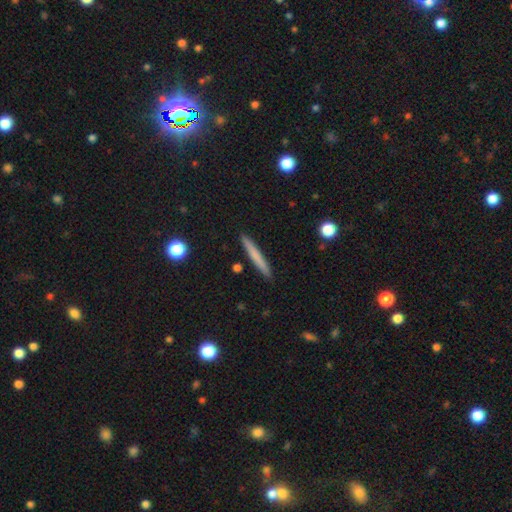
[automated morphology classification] Smooth or featured?
  - smooth: 70% *
  - featured or disk: 24%
  - star or artifact: 6%
How rounded?
  - cigar-shaped: 96% *
  - in between: 2%
  - round: 1%
Merging?
  - none: 91% *
  - minor disturbance: 6%
  - merger: 2%
  - major disturbance: 1%